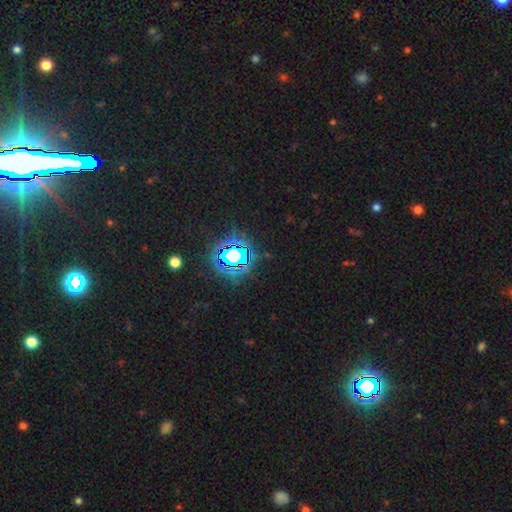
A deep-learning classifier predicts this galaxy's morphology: This appears to be a star or artifact, not a galaxy (78%).